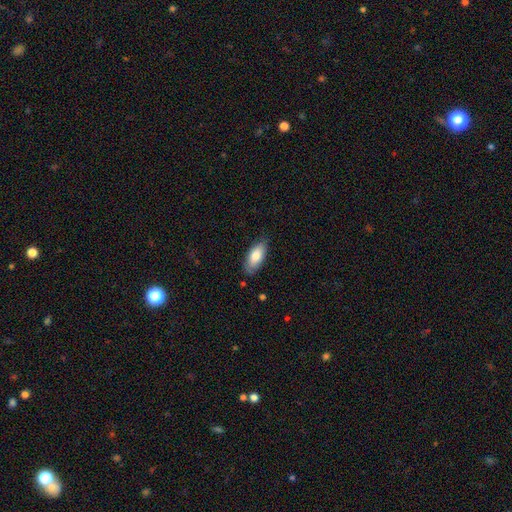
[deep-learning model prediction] smooth-or-featured: smooth: 79% | featured or disk: 15% | star or artifact: 6%
  how-rounded: in between: 86% | cigar-shaped: 12% | round: 2%
  merging: none: 80% | minor disturbance: 16% | major disturbance: 3% | merger: 1%